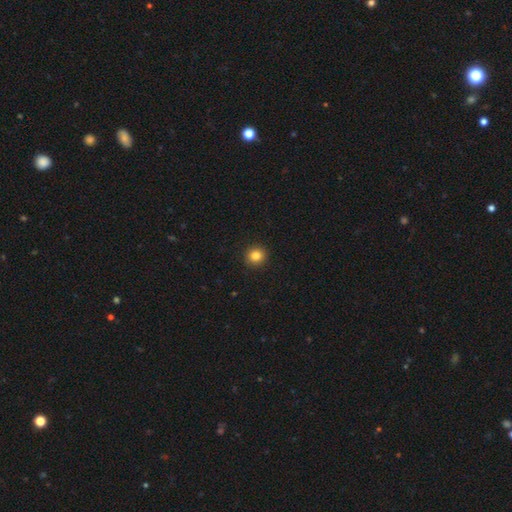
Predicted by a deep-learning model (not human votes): smooth-or-featured: smooth: 84% | star or artifact: 11% | featured or disk: 5%
  how-rounded: round: 92% | in between: 7% | cigar-shaped: 1%
  merging: none: 93% | minor disturbance: 5% | major disturbance: 2% | merger: 1%